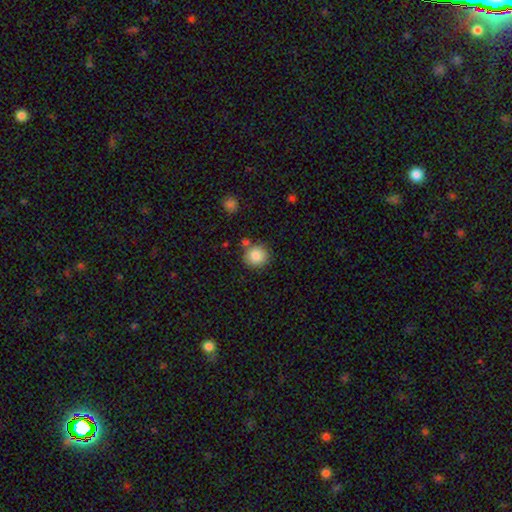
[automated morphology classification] Q: Smooth or featured?
A: smooth (86%); runner-up: star or artifact (8%)
Q: How rounded?
A: round (88%); runner-up: in between (11%)
Q: Merging?
A: none (78%); runner-up: minor disturbance (10%)